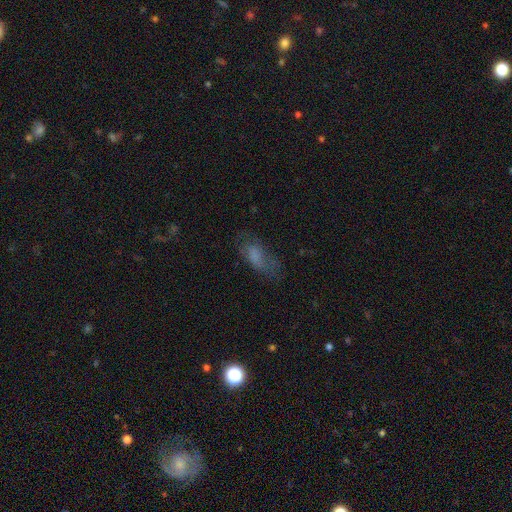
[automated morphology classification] Q: Smooth or featured?
A: smooth (64%); runner-up: featured or disk (24%)
Q: How rounded?
A: in between (78%); runner-up: cigar-shaped (19%)
Q: Merging?
A: none (53%); runner-up: minor disturbance (25%)